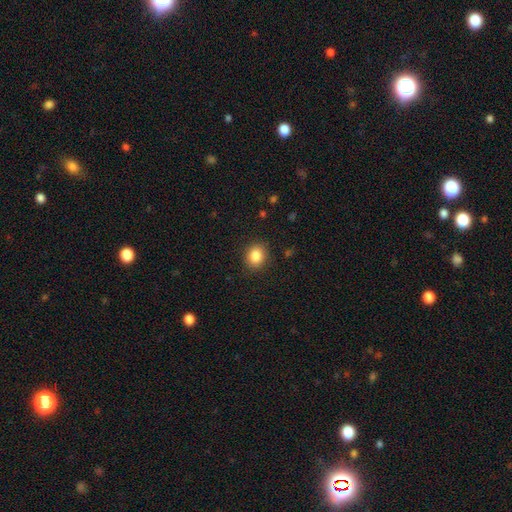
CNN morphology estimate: This is clearly a smooth galaxy (86%). How rounded: likely round (64%). Merging: clearly none (88%).